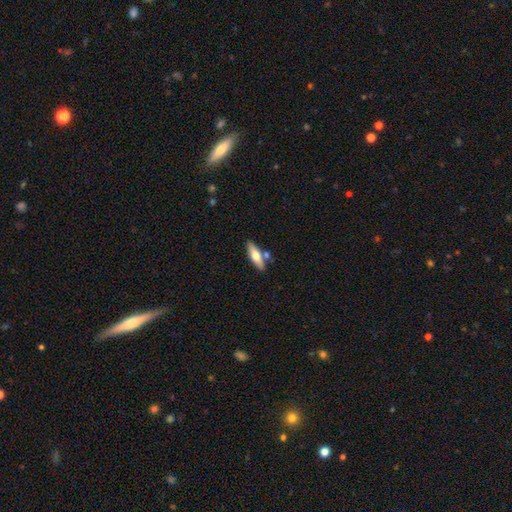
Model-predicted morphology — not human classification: Smooth or featured? smooth (60%)
How rounded? cigar-shaped (55%)
Merging? none (74%)